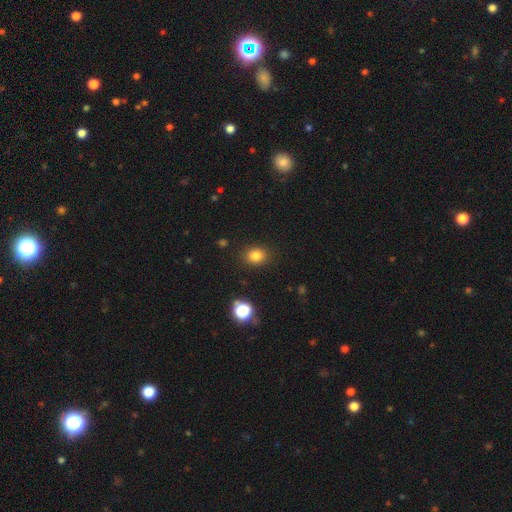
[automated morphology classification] Smooth or featured? Predicted: smooth (p=0.82). How rounded? Predicted: round (p=0.59). Merging? Predicted: none (p=0.87).